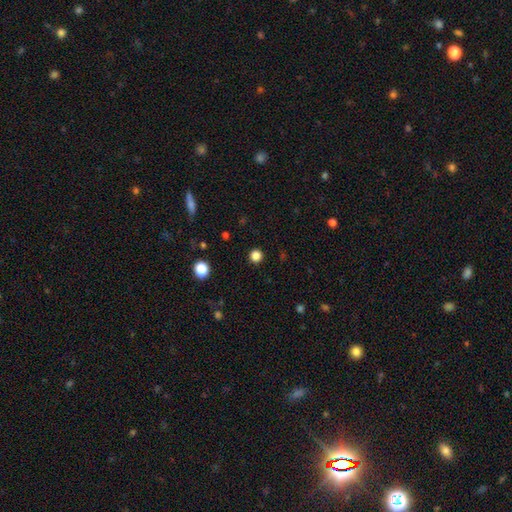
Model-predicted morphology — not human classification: smooth_or_featured: smooth (p=0.83) [alt: star or artifact p=0.14]
how_rounded: round (p=0.95) [alt: in between p=0.04]
merging: none (p=0.93) [alt: minor disturbance p=0.04]